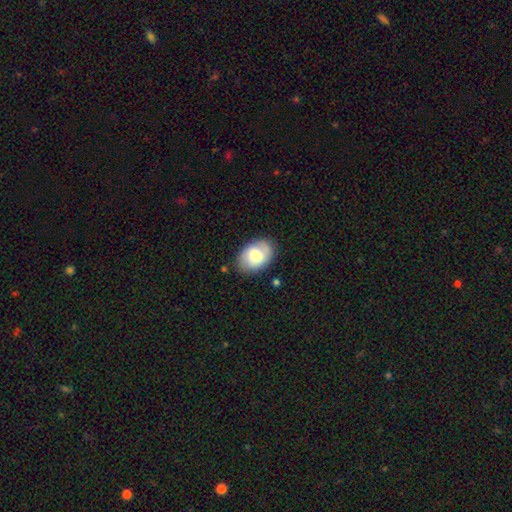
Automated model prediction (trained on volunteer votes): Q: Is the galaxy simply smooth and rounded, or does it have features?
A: smooth — 58%.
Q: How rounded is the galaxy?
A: in between — 81%.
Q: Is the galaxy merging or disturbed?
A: none — 78%.